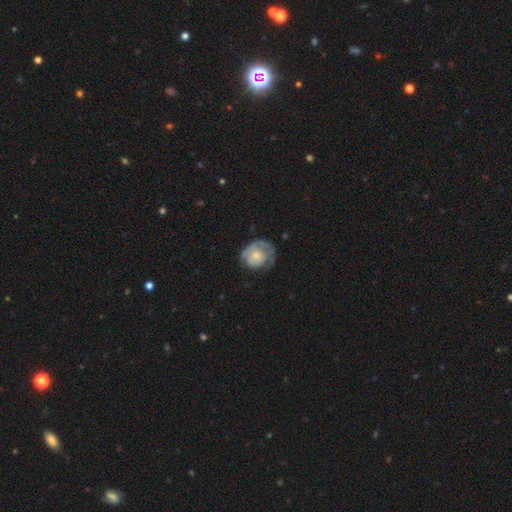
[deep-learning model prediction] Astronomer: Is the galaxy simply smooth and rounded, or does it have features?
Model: smooth — 47%, tied with featured or disk at 47%.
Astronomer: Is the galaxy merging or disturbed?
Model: none — 46% (runner-up: minor disturbance, 30%).